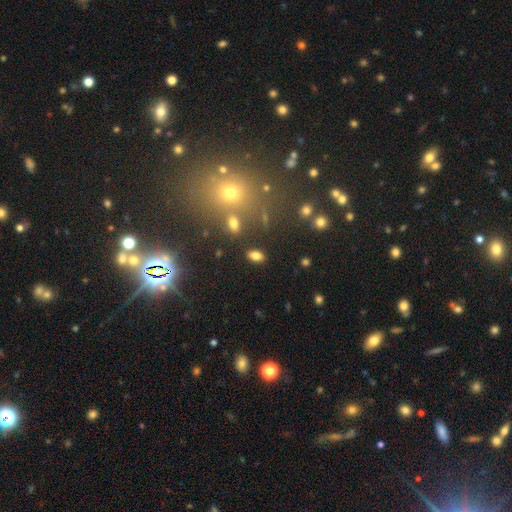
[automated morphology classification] smooth-or-featured: smooth: 80% | star or artifact: 12% | featured or disk: 8%
  how-rounded: in between: 90% | round: 7% | cigar-shaped: 3%
  merging: none: 85% | minor disturbance: 9% | merger: 3% | major disturbance: 3%